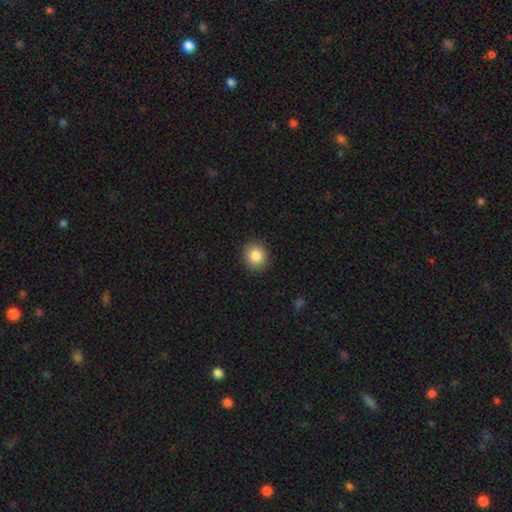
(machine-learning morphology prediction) Overall: smooth (85%). How rounded: round (80%). Merging: none (90%).